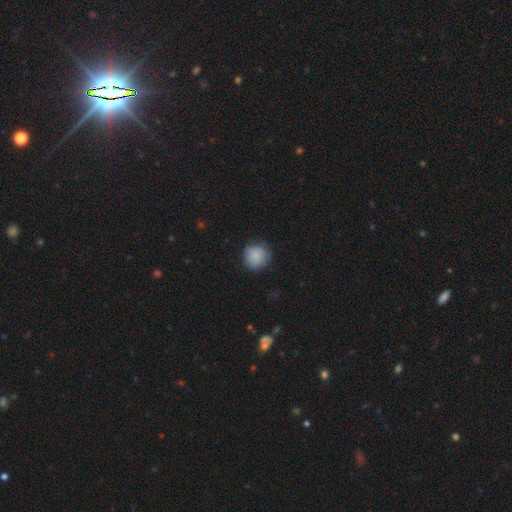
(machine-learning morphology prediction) Q: Smooth or featured?
A: smooth (81%); runner-up: featured or disk (11%)
Q: How rounded?
A: round (92%); runner-up: in between (7%)
Q: Merging?
A: none (78%); runner-up: minor disturbance (17%)